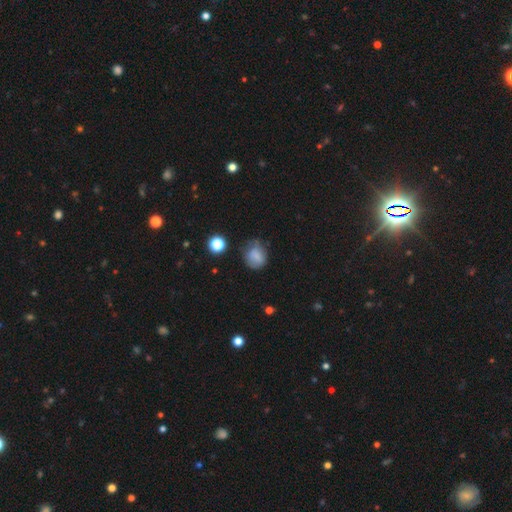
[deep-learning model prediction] A smooth galaxy with no disk features (74%) that is round (62%). Merging: none (51%).